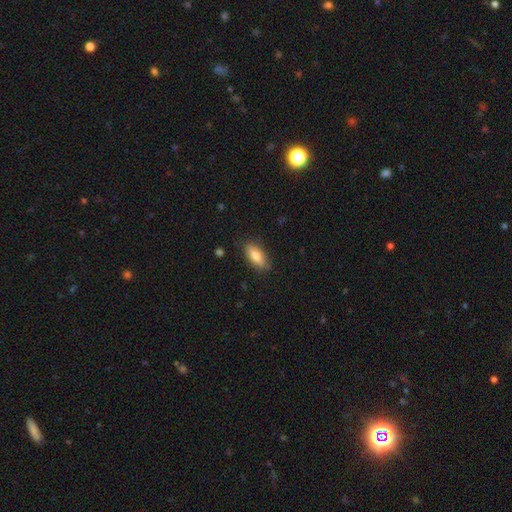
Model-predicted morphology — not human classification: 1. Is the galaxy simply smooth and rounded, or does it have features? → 78% smooth, 16% featured or disk, 6% star or artifact.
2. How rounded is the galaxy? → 79% in between, 19% cigar-shaped, 2% round.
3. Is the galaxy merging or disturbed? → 83% none, 13% minor disturbance, 2% major disturbance, 1% merger.